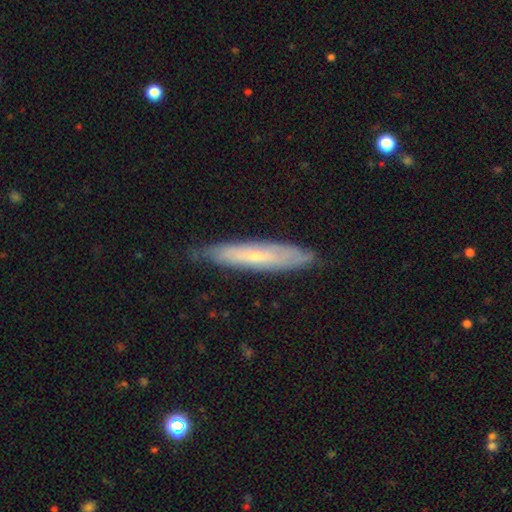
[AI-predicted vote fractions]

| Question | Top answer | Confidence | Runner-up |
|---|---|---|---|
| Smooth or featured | featured or disk | 56% | smooth (37%) |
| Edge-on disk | yes | 58% | no (42%) |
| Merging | none | 78% | minor disturbance (17%) |